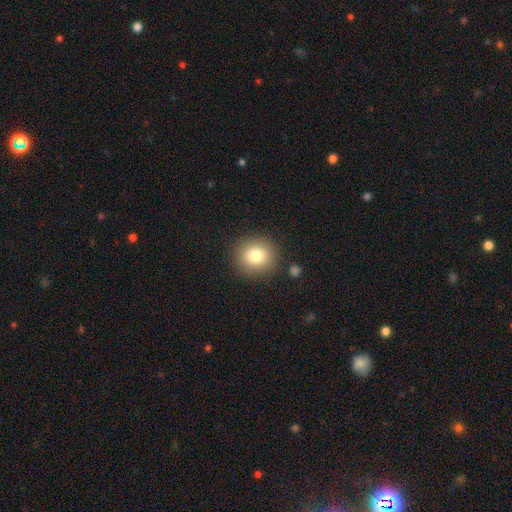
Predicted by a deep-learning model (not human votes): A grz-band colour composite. It shows a smooth galaxy with no disk features (80%) that is round (90%). Merging: none (87%).